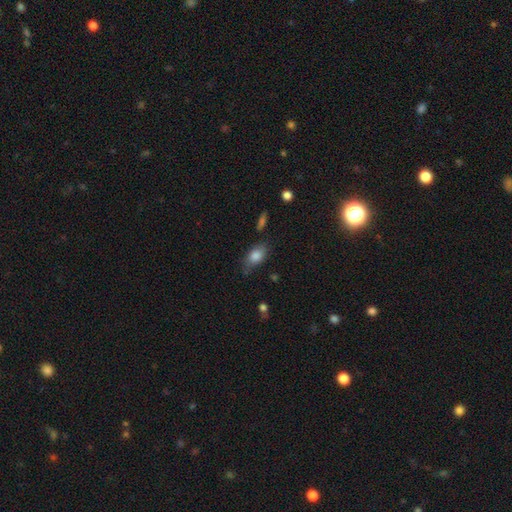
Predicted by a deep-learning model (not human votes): smooth_or_featured: smooth (p=0.83) [alt: featured or disk p=0.09]
how_rounded: in between (p=0.87) [alt: round p=0.09]
merging: none (p=0.65) [alt: minor disturbance p=0.25]